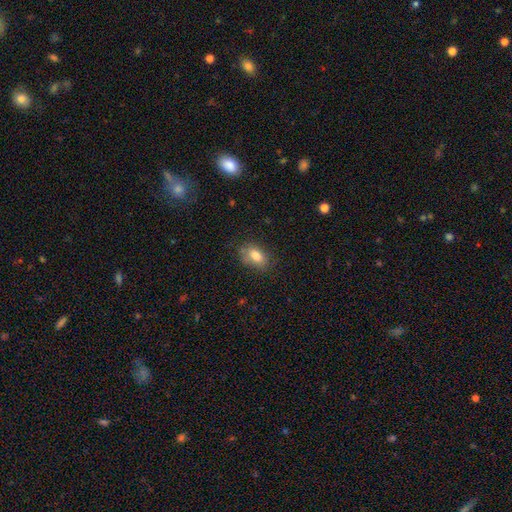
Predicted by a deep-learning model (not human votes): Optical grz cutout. It shows a smooth galaxy with no disk features (79%) that is in between round and cigar-shaped (84%). Merging: none (74%).